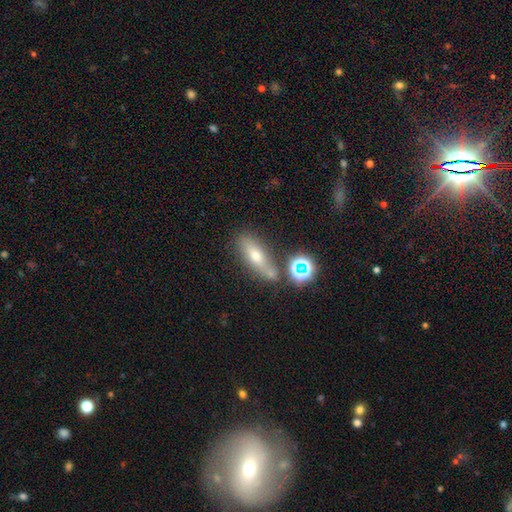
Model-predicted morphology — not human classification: Smooth or featured?
  - smooth: 52% *
  - featured or disk: 30%
  - star or artifact: 19%
How rounded?
  - in between: 52% *
  - cigar-shaped: 37%
  - round: 11%
Merging?
  - none: 65% *
  - minor disturbance: 15%
  - merger: 14%
  - major disturbance: 6%